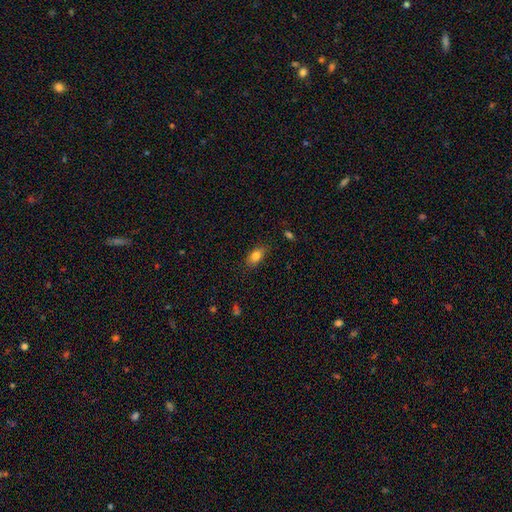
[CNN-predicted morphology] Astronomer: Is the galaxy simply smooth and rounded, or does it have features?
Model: smooth — 82%.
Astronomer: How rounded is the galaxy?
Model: in between — 85%.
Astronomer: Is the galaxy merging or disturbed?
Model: none — 81%.